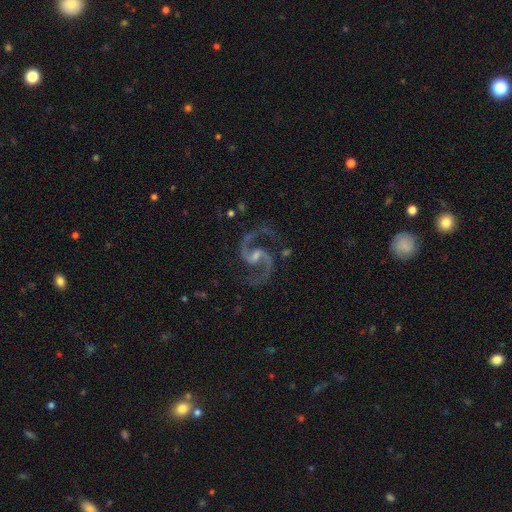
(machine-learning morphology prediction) This is clearly a featured or disk galaxy (94%). It is clearly not viewed edge-on (98%). Bar: possibly weak (54%). Spiral arm pattern: clearly yes (99%). Spiral arm count: clearly 2 (95%). Spiral winding: likely medium (67%). Central bulge: possibly small (51%). Merging: clearly none (80%).